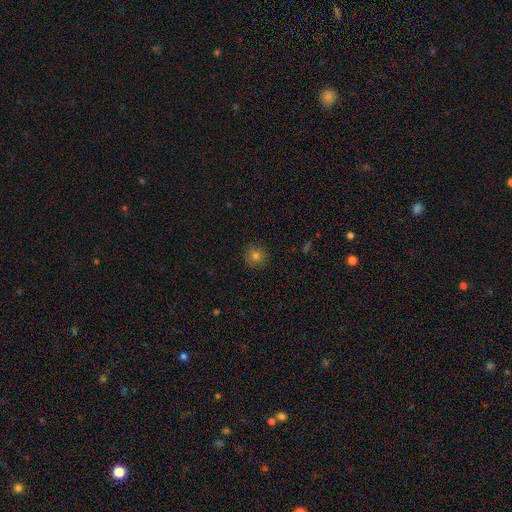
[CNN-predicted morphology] Smooth or featured? smooth (78%)
How rounded? round (90%)
Merging? none (88%)